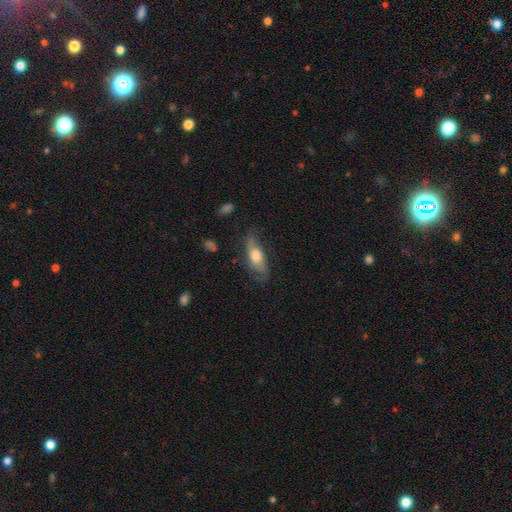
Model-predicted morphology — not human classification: Q: Smooth or featured?
A: smooth (53%); runner-up: featured or disk (40%)
Q: How rounded?
A: in between (68%); runner-up: cigar-shaped (28%)
Q: Merging?
A: none (59%); runner-up: minor disturbance (27%)